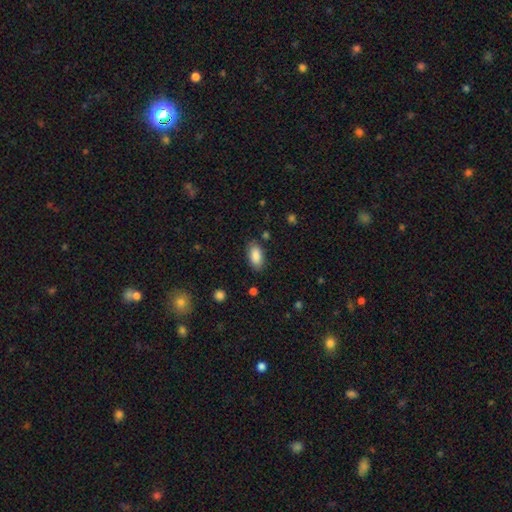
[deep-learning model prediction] This is clearly a smooth galaxy (87%). How rounded: clearly in between (92%). Merging: clearly none (83%).